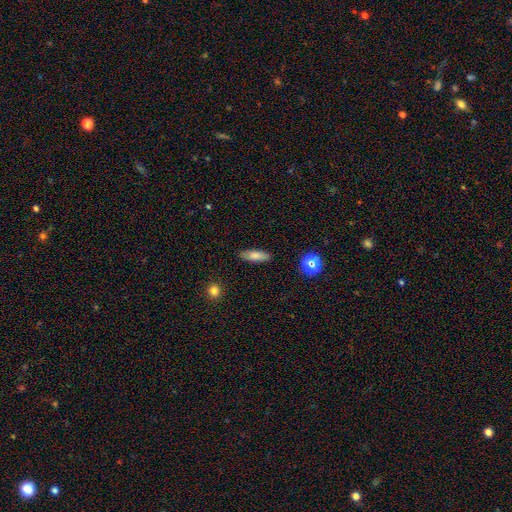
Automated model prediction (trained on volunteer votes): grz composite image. It shows a smooth galaxy with no disk features (79%) that is in between round and cigar-shaped (53%). Merging: none (87%).